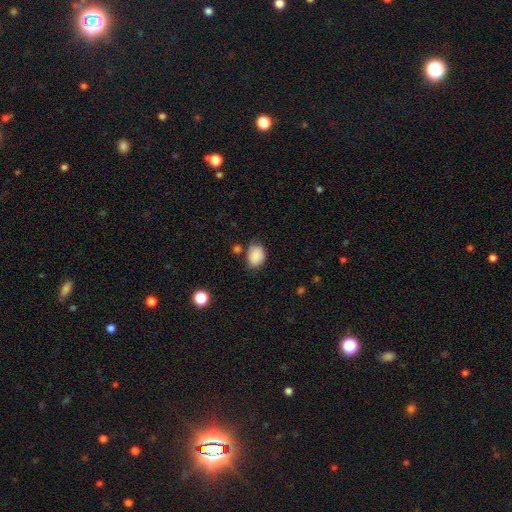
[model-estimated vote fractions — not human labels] This appears to be a smooth galaxy with no disk features (87%) that is in between round and cigar-shaped (58%). Merging: none (64%).